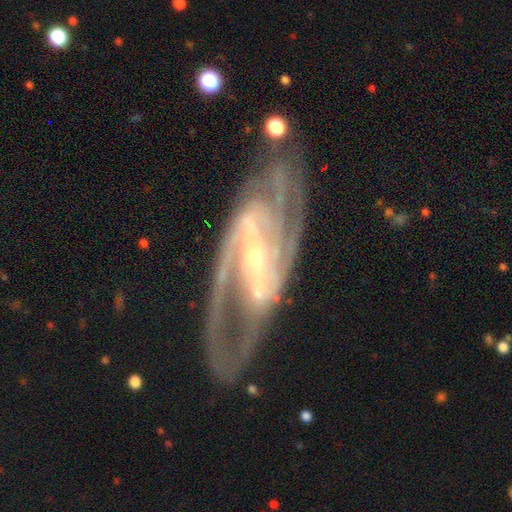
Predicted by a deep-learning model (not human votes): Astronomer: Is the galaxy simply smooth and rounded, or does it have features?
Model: featured or disk — 92%.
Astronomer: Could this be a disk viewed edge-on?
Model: no — 94%.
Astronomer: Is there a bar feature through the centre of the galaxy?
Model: strong — 66%.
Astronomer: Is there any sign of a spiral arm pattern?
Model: yes — 98%.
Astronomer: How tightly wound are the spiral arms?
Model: medium — 49% (runner-up: tight, 40%).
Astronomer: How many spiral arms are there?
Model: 2 — 50%.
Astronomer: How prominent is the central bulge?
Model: small — 78%.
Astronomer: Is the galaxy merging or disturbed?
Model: none — 73%.